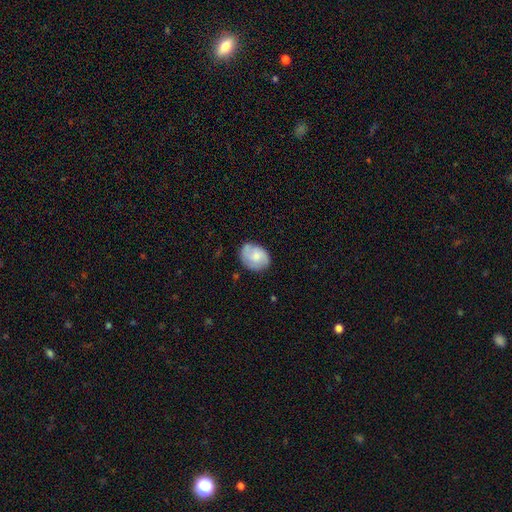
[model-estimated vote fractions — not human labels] Smooth or featured? smooth (55%)
How rounded? in between (56%)
Merging? none (66%)